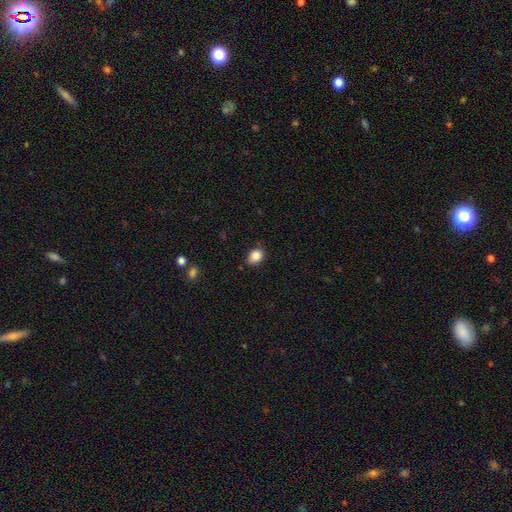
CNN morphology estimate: smooth 86%, star or artifact 10%, featured or disk 5%. Down the decision tree: how rounded — in between (57%); merging — none (78%).